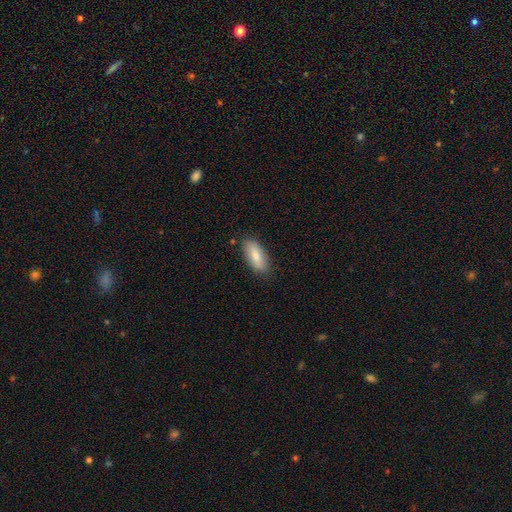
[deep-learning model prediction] Smooth or featured?
  - smooth: 80% *
  - featured or disk: 14%
  - star or artifact: 6%
How rounded?
  - in between: 83% *
  - cigar-shaped: 15%
  - round: 2%
Merging?
  - none: 84% *
  - minor disturbance: 12%
  - major disturbance: 2%
  - merger: 1%